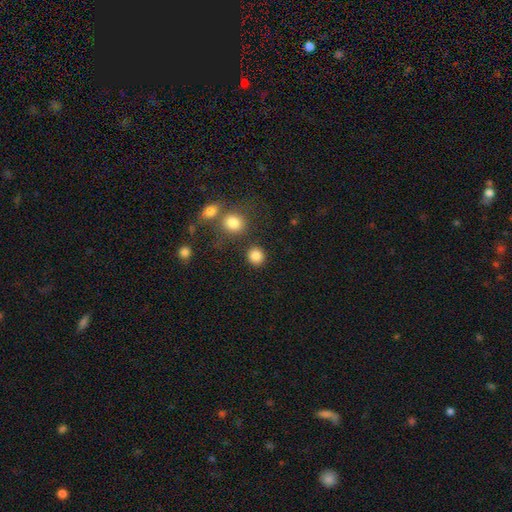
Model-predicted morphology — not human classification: smooth 86%, star or artifact 11%, featured or disk 4%. Down the decision tree: how rounded — round (88%); merging — none (84%).